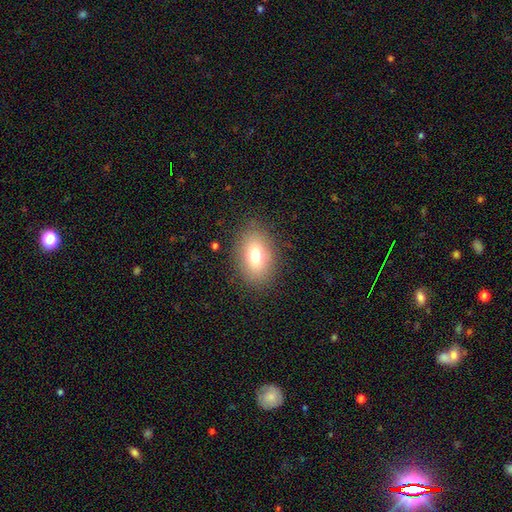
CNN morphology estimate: A smooth galaxy with no disk features (74%) that is in between round and cigar-shaped (82%).

Vote fractions:
- Smooth or featured? smooth: 74% / featured or disk: 15% / star or artifact: 11%
- How rounded? in between: 82% / round: 16% / cigar-shaped: 2%
- Merging? none: 84% / minor disturbance: 11% / major disturbance: 4% / merger: 1%